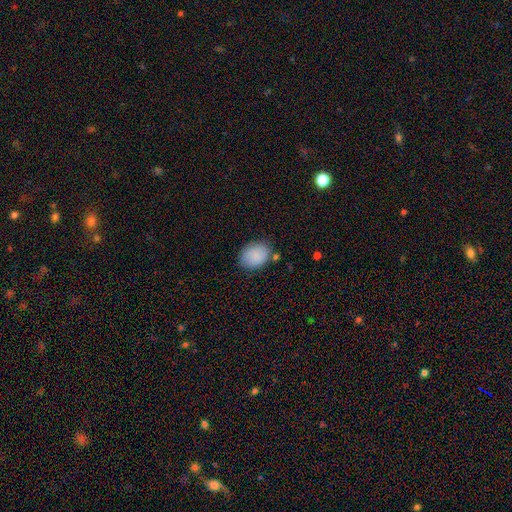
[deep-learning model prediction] Smooth or featured? smooth (84%)
How rounded? in between (68%)
Merging? none (74%)